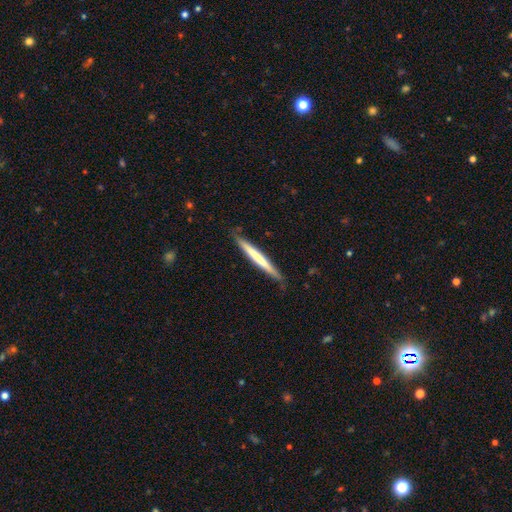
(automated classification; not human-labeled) This is possibly a smooth galaxy (53%). How rounded: clearly cigar-shaped (97%). Merging: clearly none (86%).